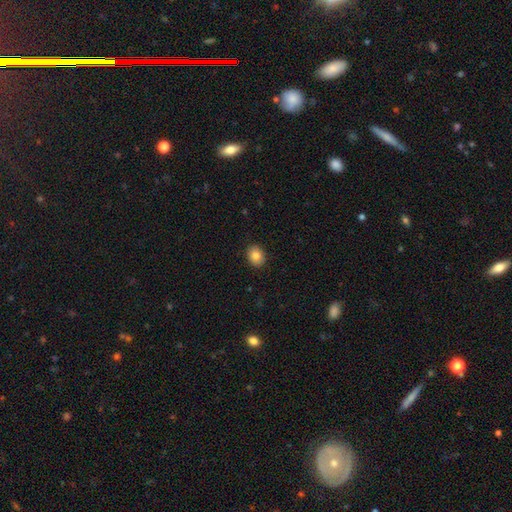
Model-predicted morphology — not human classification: Smooth or featured: smooth — 84% (star or artifact — 9%)
How rounded: round — 52% (in between — 47%)
Merging: none — 91% (minor disturbance — 7%)